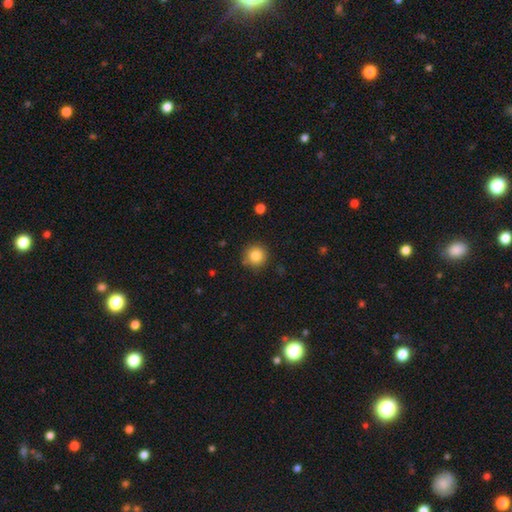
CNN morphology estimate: type=smooth (84%); roundness=round (94%); merging=none (86%).